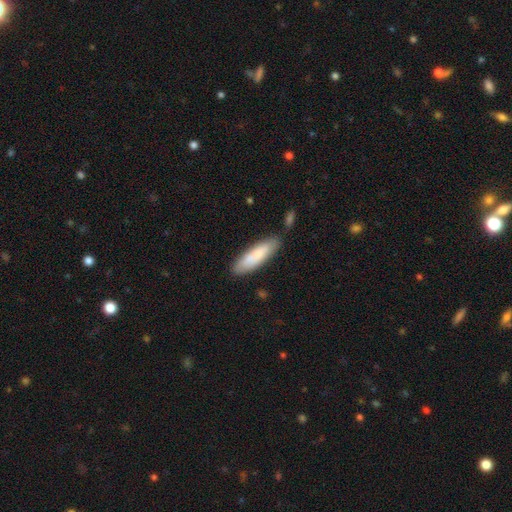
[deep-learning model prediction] Smooth or featured? Predicted: smooth (p=0.80). How rounded? Predicted: cigar-shaped (p=0.63). Merging? Predicted: none (p=0.80).